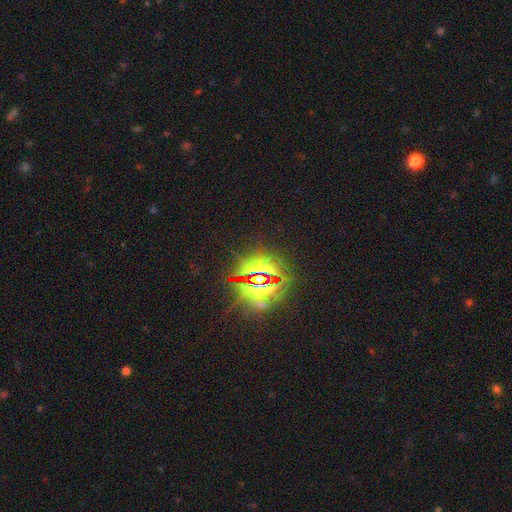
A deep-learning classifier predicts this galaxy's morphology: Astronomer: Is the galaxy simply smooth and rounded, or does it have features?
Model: star or artifact — 84%.